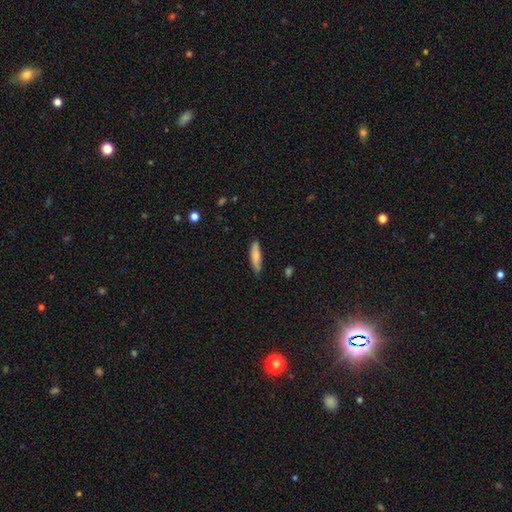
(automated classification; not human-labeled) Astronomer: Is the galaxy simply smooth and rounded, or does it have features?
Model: smooth — 77%.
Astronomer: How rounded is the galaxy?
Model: cigar-shaped — 67%.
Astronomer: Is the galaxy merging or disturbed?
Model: none — 80%.